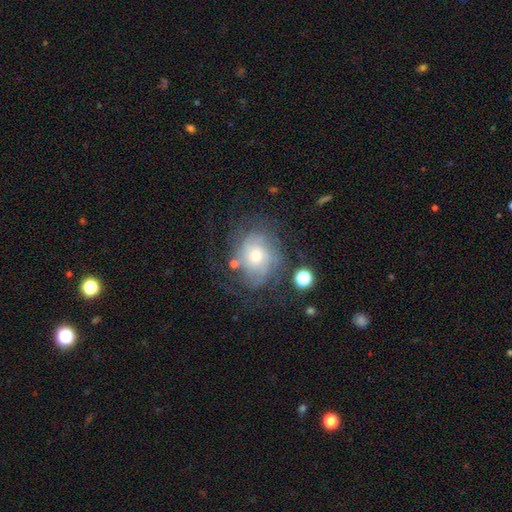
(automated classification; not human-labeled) A featured or disk galaxy (68%) with no bar (77%), tight (54%) spiral arms (82%) and a moderate central bulge (54%). Merging: none (58%).